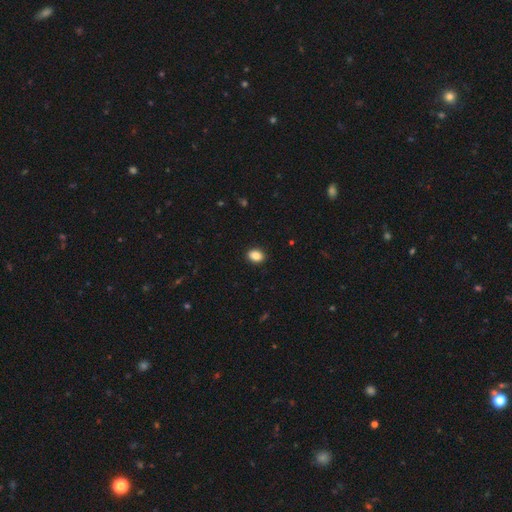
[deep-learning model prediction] smooth 88%, star or artifact 9%, featured or disk 3%. Down the decision tree: how rounded — in between (70%); merging — none (91%).